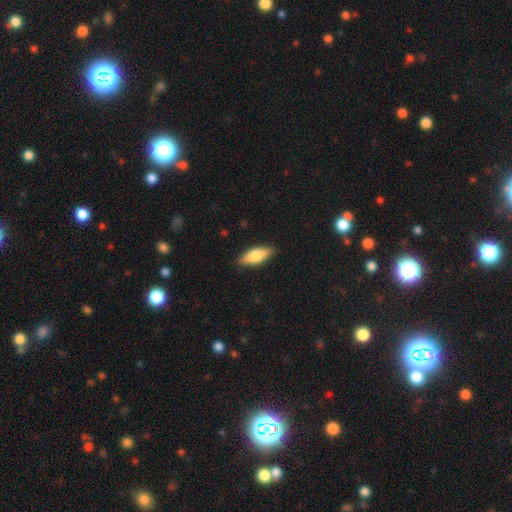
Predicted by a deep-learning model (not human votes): A smooth galaxy with no disk features (72%) that is in between round and cigar-shaped (69%).

Vote fractions:
- Smooth or featured? smooth: 72% / featured or disk: 22% / star or artifact: 6%
- How rounded? in between: 69% / cigar-shaped: 28% / round: 2%
- Merging? none: 88% / minor disturbance: 9% / major disturbance: 2% / merger: 1%